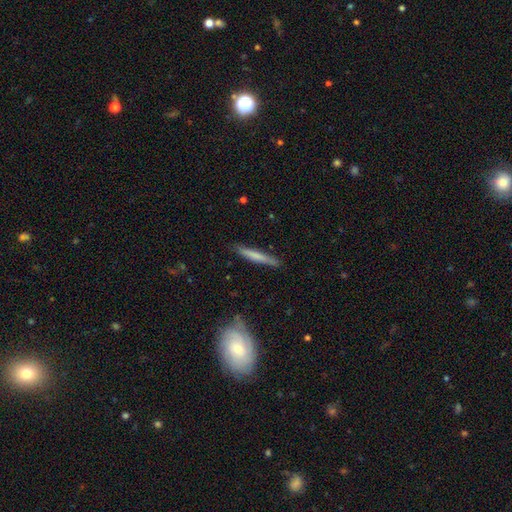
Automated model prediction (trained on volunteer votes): Smooth or featured? Predicted: smooth (p=0.65). How rounded? Predicted: cigar-shaped (p=0.95). Merging? Predicted: none (p=0.86).